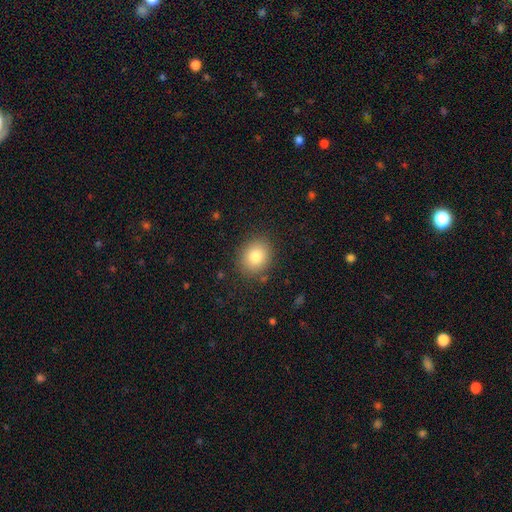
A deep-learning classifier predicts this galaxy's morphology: This is clearly a smooth galaxy (81%). How rounded: possibly round (60%). Merging: clearly none (86%).